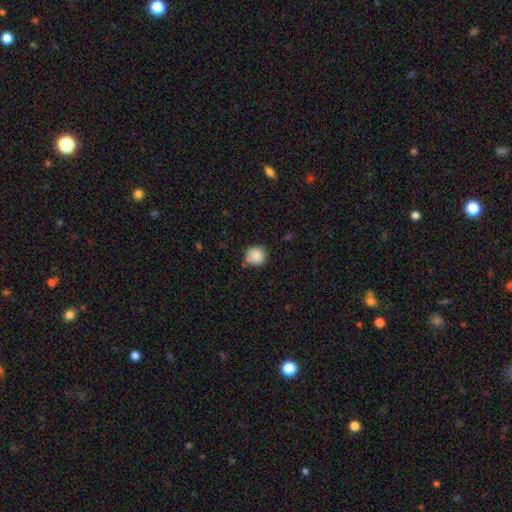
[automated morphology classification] This appears to be a smooth galaxy with no disk features (86%) that is round (91%). Merging: none (72%).